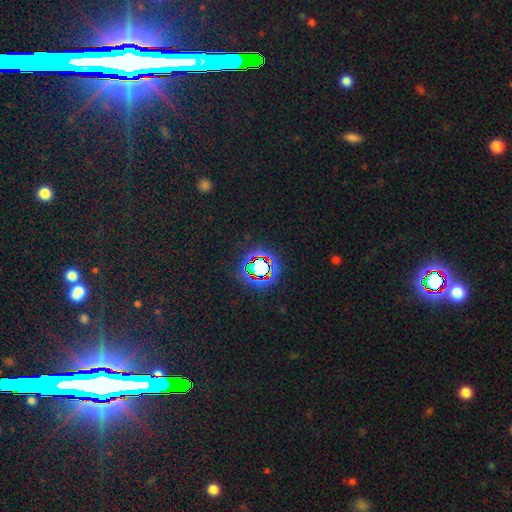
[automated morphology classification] This appears to be a star or artifact, not a galaxy (80%).